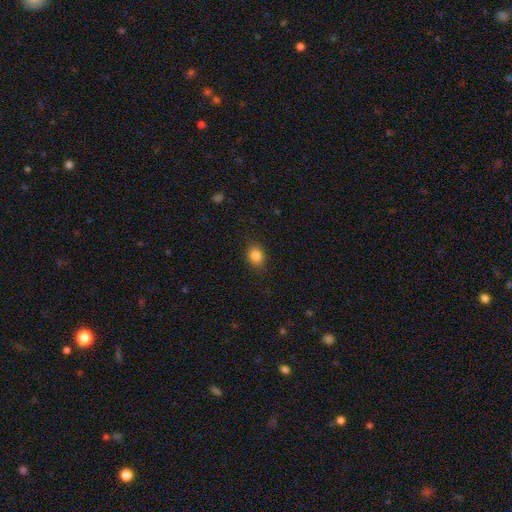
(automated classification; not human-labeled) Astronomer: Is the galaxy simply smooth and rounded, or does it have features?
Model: smooth — 84%.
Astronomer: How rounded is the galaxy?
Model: round — 52% (runner-up: in between, 47%).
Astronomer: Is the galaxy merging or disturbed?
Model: none — 85%.